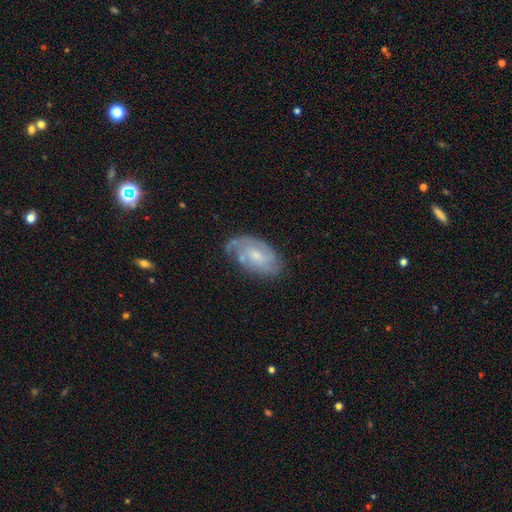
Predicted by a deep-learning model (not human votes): A featured or disk galaxy (69%) with no bar (57%), 2 (38%) tight (50%) spiral arms (87%) and a small central bulge (56%).

Vote fractions:
- Smooth or featured? featured or disk: 69% / smooth: 24% / star or artifact: 7%
- Edge-on disk? no: 96% / yes: 4%
- Bar? no: 57% / weak: 38% / strong: 5%
- Spiral arms? yes: 87% / no: 13%
- Spiral winding? tight: 50% / medium: 36% / loose: 14%
- Spiral arm count? 2: 38% / can't tell: 33% / 1: 14% / 3: 9% / 4: 3% / more than 4: 3%
- Bulge size? small: 56% / moderate: 34% / none: 7% / large: 2% / dominant: 1%
- Merging? none: 62% / minor disturbance: 25% / major disturbance: 10% / merger: 3%